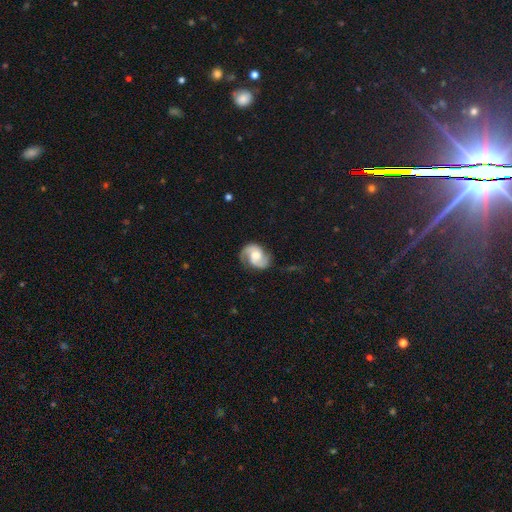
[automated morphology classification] Smooth or featured: featured or disk — 82% (smooth — 13%)
Edge-on disk: no — 98% (yes — 2%)
Bar: no — 55% (weak — 37%)
Spiral arms: yes — 96% (no — 4%)
Spiral winding: medium — 50% (tight — 25%)
Spiral arm count: 2 — 90% (can't tell — 3%)
Bulge size: moderate — 51% (large — 22%)
Merging: none — 73% (minor disturbance — 19%)